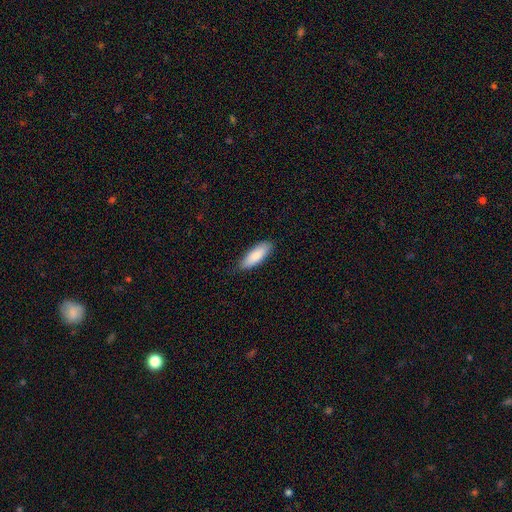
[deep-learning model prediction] Smooth or featured?
  - smooth: 85% *
  - featured or disk: 10%
  - star or artifact: 6%
How rounded?
  - in between: 64% *
  - cigar-shaped: 34%
  - round: 2%
Merging?
  - none: 81% *
  - minor disturbance: 15%
  - major disturbance: 2%
  - merger: 1%